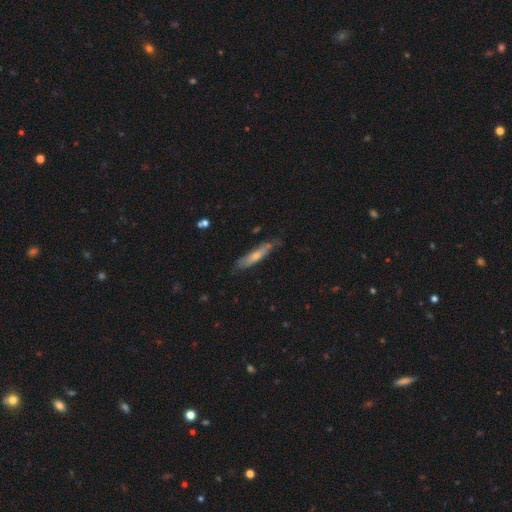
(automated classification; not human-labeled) Smooth or featured? smooth (57%)
How rounded? cigar-shaped (82%)
Merging? none (65%)